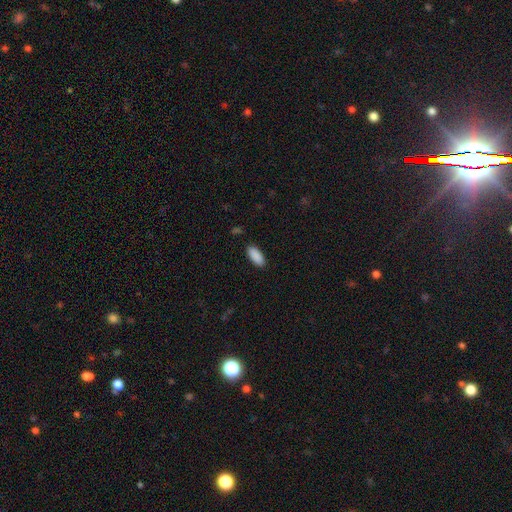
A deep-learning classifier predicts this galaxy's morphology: Smooth or featured: smooth — 90% (star or artifact — 7%)
How rounded: in between — 84% (cigar-shaped — 15%)
Merging: none — 89% (minor disturbance — 8%)